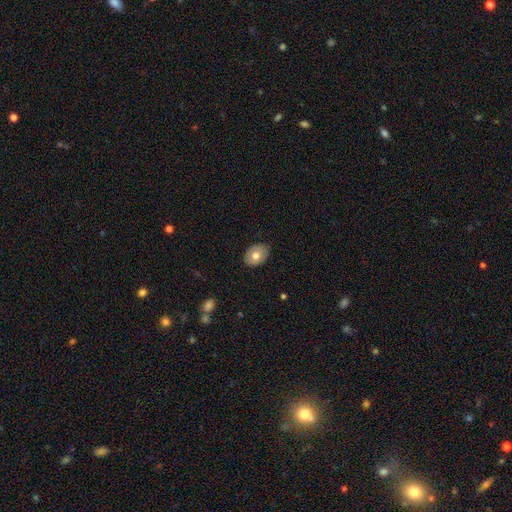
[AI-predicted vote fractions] A smooth galaxy with no disk features (70%) that is in between round and cigar-shaped (76%). Merging: none (86%).